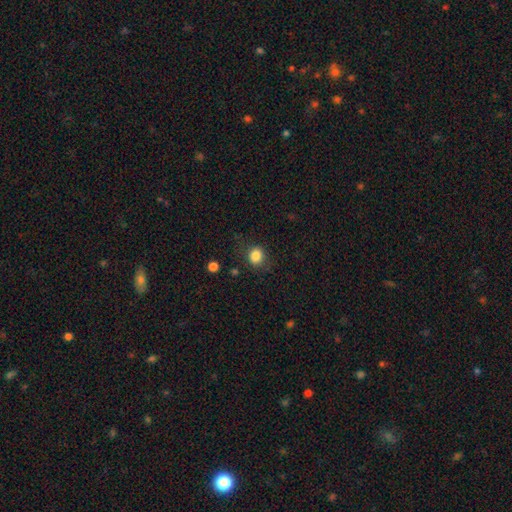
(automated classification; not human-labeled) Q: Smooth or featured?
A: smooth (85%); runner-up: star or artifact (11%)
Q: How rounded?
A: round (68%); runner-up: in between (31%)
Q: Merging?
A: none (79%); runner-up: minor disturbance (14%)